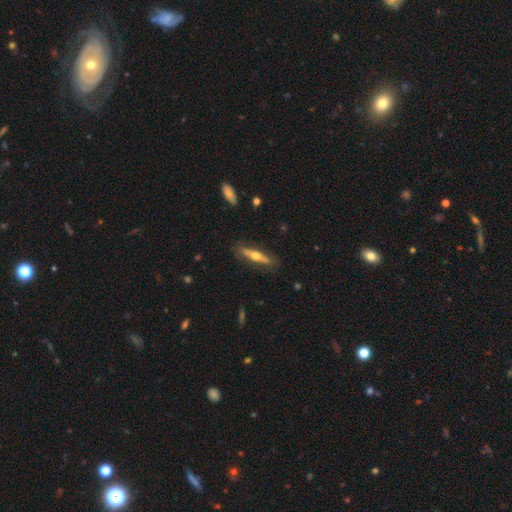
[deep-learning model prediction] Smooth or featured? Predicted: featured or disk (p=0.54). Edge-on disk? Predicted: yes (p=0.88). Merging? Predicted: none (p=0.83).